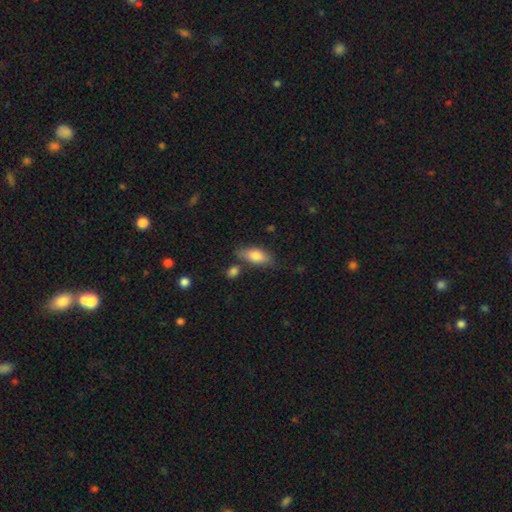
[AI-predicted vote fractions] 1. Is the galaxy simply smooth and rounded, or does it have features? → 79% smooth, 15% featured or disk, 6% star or artifact.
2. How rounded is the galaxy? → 83% in between, 14% cigar-shaped, 3% round.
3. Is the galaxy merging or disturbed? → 69% none, 18% minor disturbance, 8% merger, 4% major disturbance.